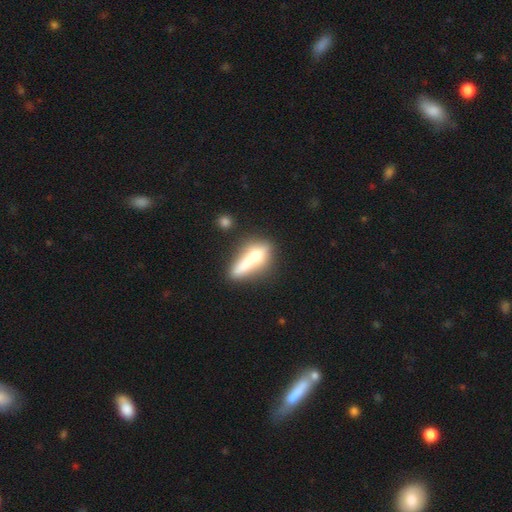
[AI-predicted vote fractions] smooth_or_featured: smooth (p=0.52) [alt: featured or disk p=0.38]
how_rounded: cigar-shaped (p=0.66) [alt: in between p=0.29]
merging: none (p=0.50) [alt: merger p=0.20]